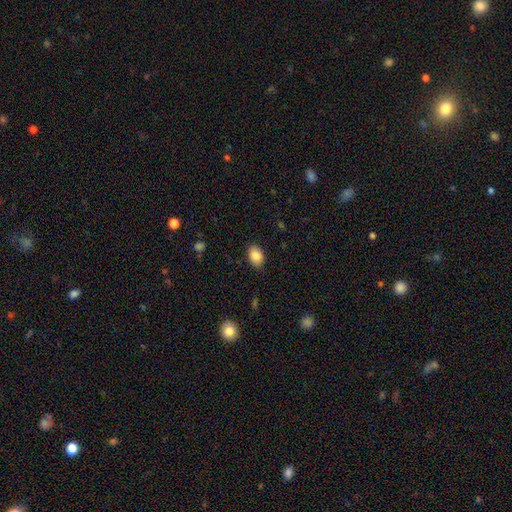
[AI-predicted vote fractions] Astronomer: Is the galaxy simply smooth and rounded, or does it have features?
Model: smooth — 87%.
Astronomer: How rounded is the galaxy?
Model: in between — 80%.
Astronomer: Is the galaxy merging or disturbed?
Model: none — 86%.